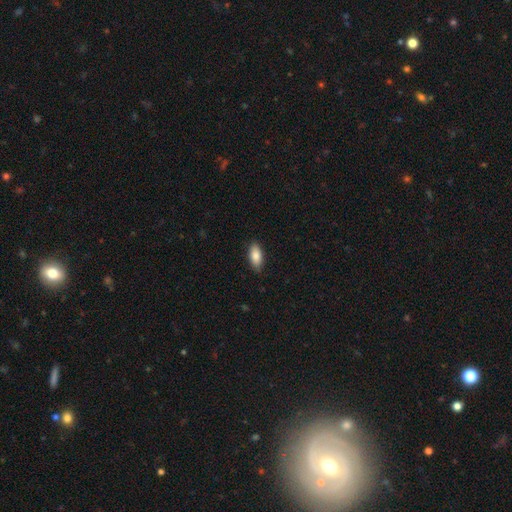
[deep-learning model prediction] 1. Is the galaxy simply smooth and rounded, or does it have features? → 85% smooth, 9% featured or disk, 6% star or artifact.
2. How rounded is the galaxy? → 88% in between, 10% cigar-shaped, 2% round.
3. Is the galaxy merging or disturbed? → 86% none, 11% minor disturbance, 2% major disturbance, 1% merger.